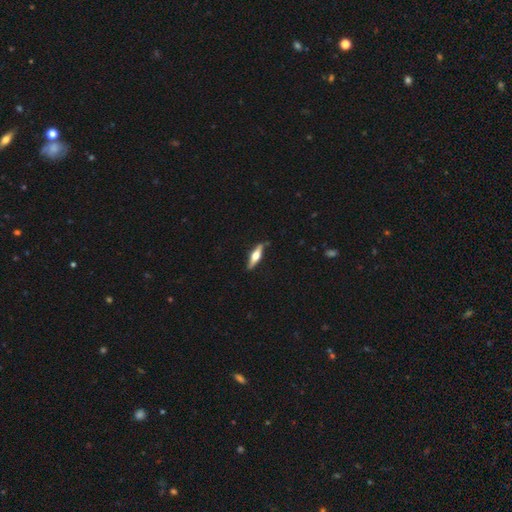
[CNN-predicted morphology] This appears to be a featured or disk galaxy (59%) viewed edge-on (94%) with a rounded central bulge (94%). Merging: none (86%).